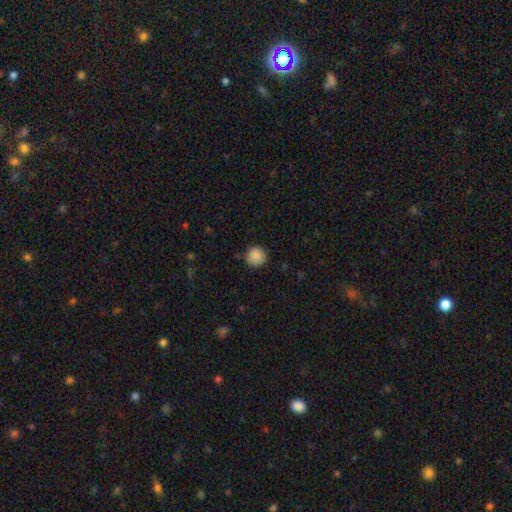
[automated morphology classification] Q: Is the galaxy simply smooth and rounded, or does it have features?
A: smooth — 88%.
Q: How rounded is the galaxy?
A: round — 93%.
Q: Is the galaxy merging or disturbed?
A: none — 86%.